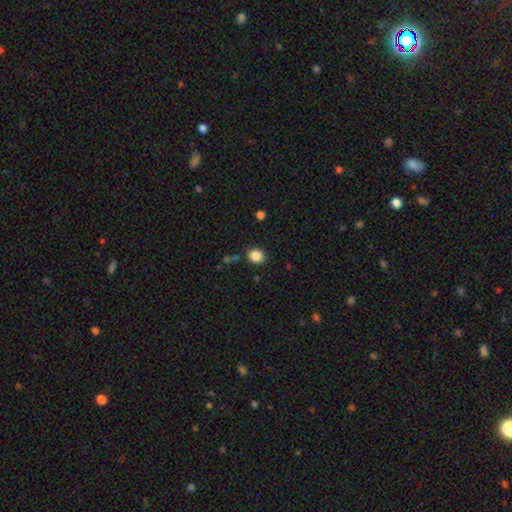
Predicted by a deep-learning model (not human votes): This is clearly a smooth galaxy (86%). How rounded: likely round (67%). Merging: clearly none (85%).